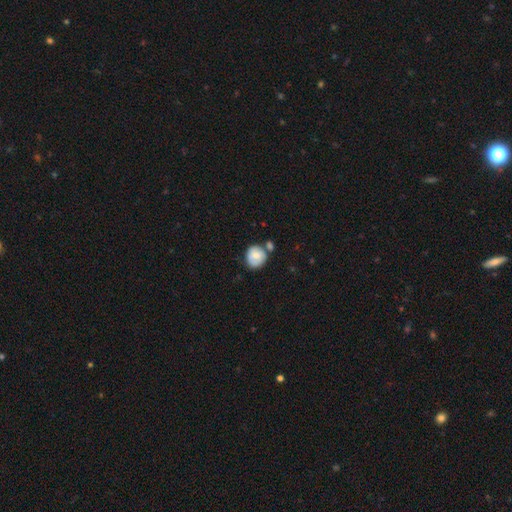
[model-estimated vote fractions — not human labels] Smooth or featured? smooth (68%)
How rounded? round (84%)
Merging? none (57%)